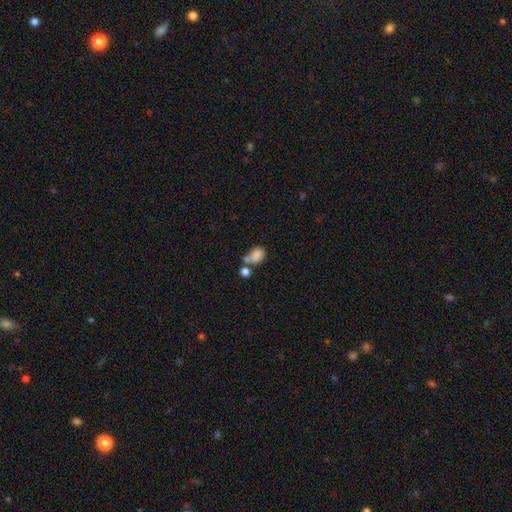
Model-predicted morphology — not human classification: Q: Smooth or featured?
A: smooth (82%); runner-up: star or artifact (10%)
Q: How rounded?
A: in between (70%); runner-up: round (29%)
Q: Merging?
A: merger (42%); runner-up: none (36%)